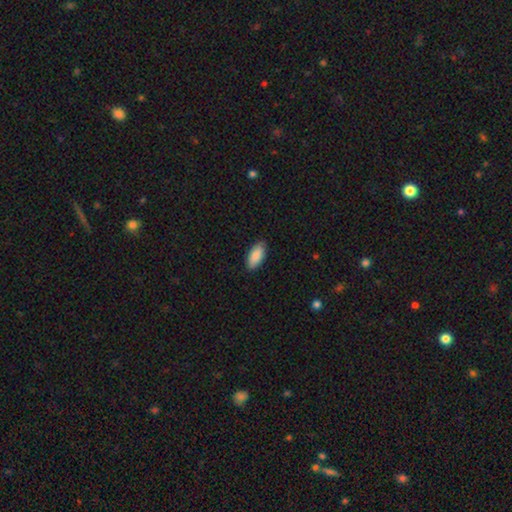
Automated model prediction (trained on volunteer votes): smooth 89%, star or artifact 6%, featured or disk 5%. Down the decision tree: how rounded — in between (91%); merging — none (86%).